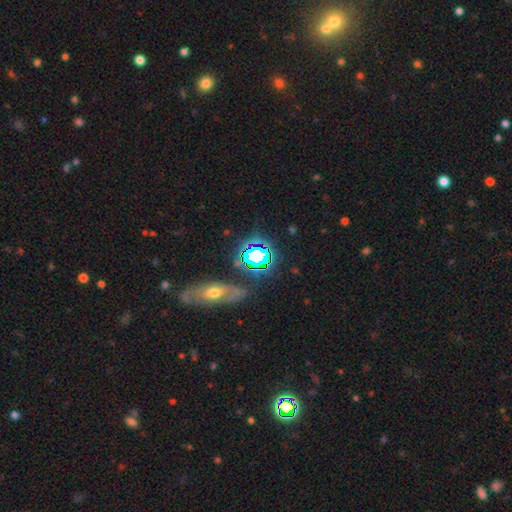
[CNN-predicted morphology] Smooth or featured? star or artifact (62%)